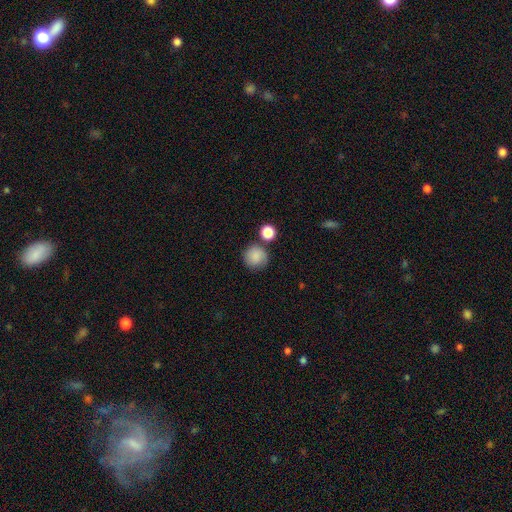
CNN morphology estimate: Smooth or featured: smooth — 85% (star or artifact — 9%)
How rounded: round — 93% (in between — 6%)
Merging: none — 74% (minor disturbance — 12%)